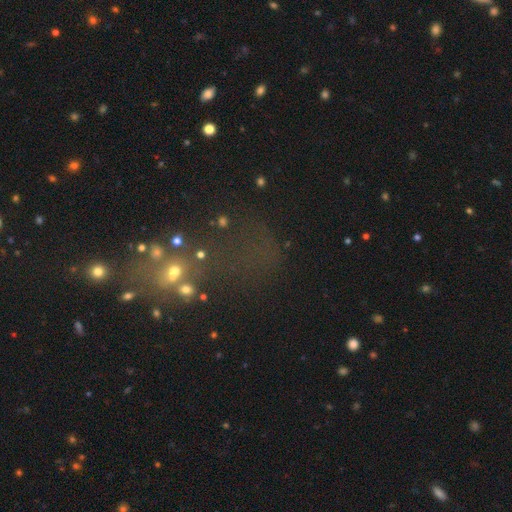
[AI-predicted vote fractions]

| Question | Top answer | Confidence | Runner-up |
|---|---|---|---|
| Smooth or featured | star or artifact | 60% | smooth (22%) |